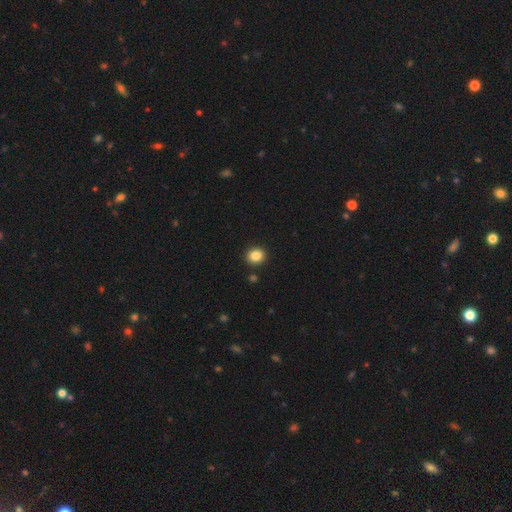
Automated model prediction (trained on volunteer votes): Q: Smooth or featured?
A: smooth (85%); runner-up: star or artifact (10%)
Q: How rounded?
A: round (78%); runner-up: in between (21%)
Q: Merging?
A: none (91%); runner-up: minor disturbance (6%)